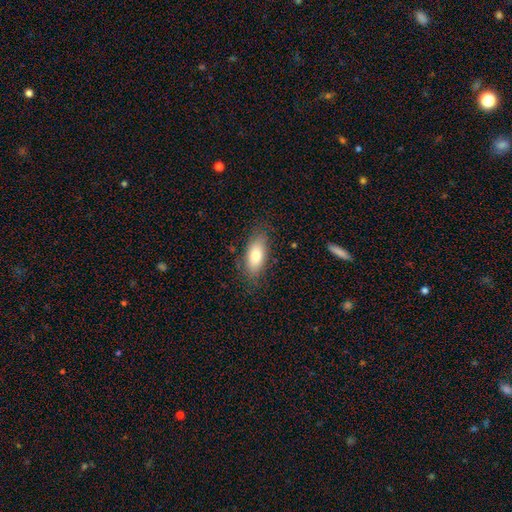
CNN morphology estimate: smooth 76%, featured or disk 17%, star or artifact 7%. Down the decision tree: how rounded — in between (86%); merging — none (79%).